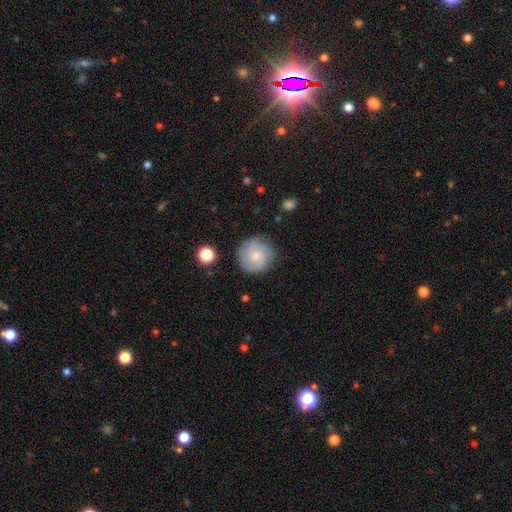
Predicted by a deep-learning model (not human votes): Smooth or featured? featured or disk (50%)
Edge-on disk? no (98%)
Merging? none (81%)